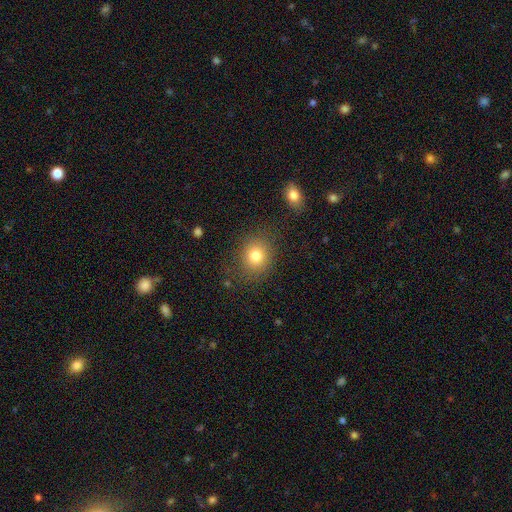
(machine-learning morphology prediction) smooth 80%, star or artifact 12%, featured or disk 9%. Down the decision tree: how rounded — round (69%); merging — none (81%).